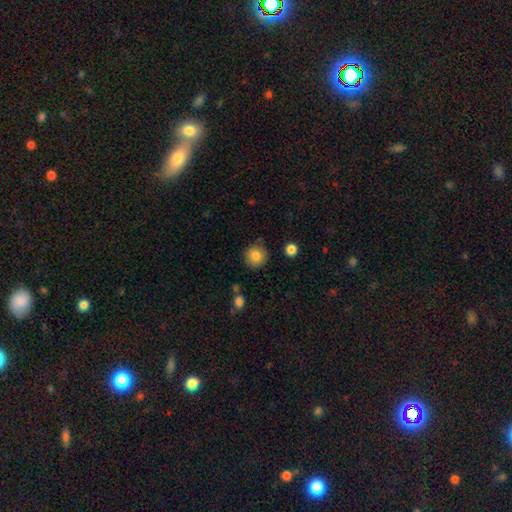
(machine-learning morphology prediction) A smooth galaxy with no disk features (84%) that is round (92%). Merging: none (84%).